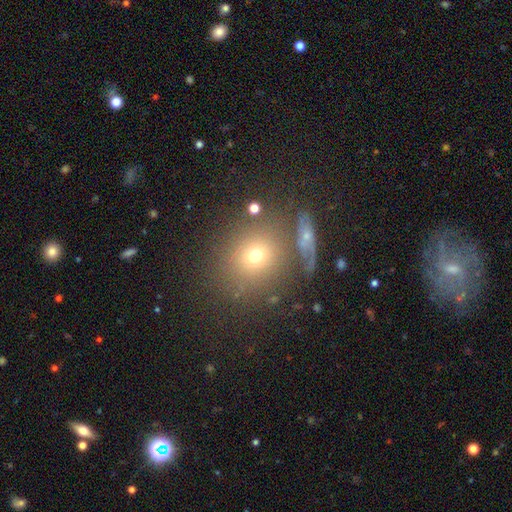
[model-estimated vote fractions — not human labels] Smooth or featured? smooth (68%)
How rounded? round (78%)
Merging? none (74%)